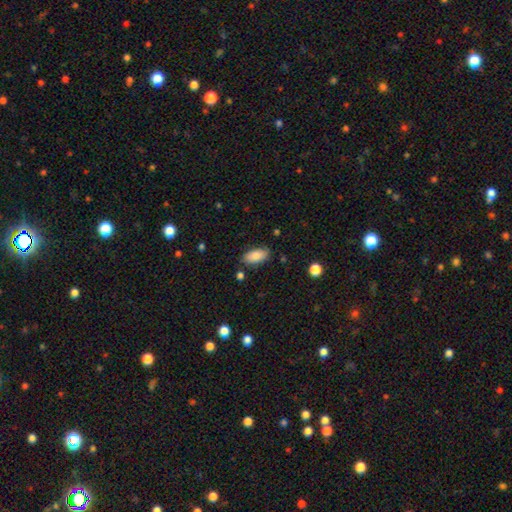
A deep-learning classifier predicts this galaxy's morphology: smooth 85%, featured or disk 8%, star or artifact 7%. Down the decision tree: how rounded — in between (92%); merging — none (83%).